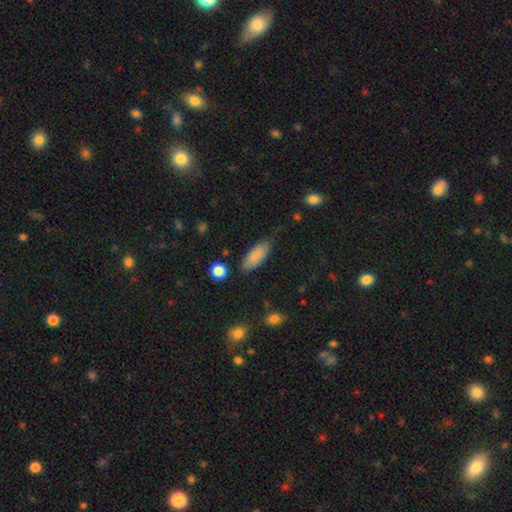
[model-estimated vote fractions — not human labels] Overall: smooth (85%). How rounded: in between (77%). Merging: none (68%).